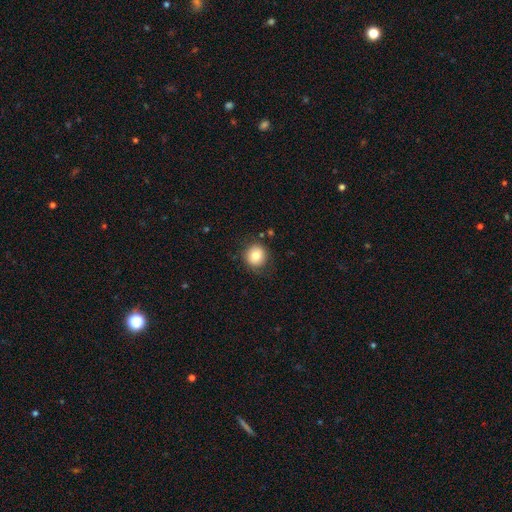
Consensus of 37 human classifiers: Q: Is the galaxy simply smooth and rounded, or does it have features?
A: smooth — 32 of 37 (86%).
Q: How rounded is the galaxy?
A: round — 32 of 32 (100%).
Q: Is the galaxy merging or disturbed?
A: none — 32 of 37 (86%).